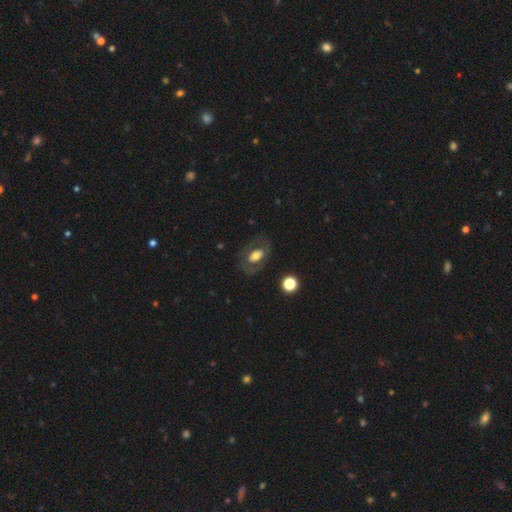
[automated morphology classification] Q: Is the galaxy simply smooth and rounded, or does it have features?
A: featured or disk — 48%.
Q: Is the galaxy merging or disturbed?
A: none — 72%.